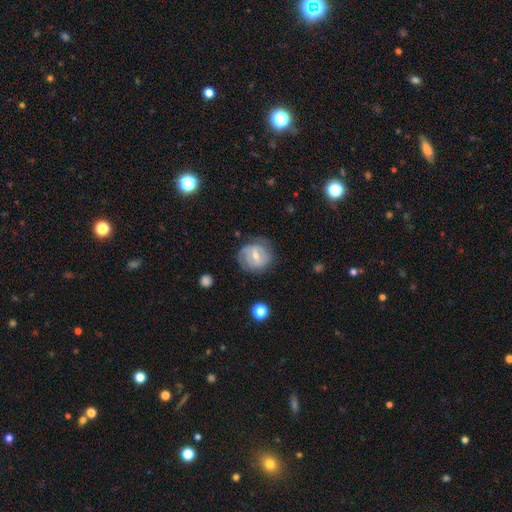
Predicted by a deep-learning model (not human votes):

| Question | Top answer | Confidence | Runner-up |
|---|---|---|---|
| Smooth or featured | featured or disk | 61% | smooth (31%) |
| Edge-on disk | no | 96% | yes (4%) |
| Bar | weak | 53% | no (24%) |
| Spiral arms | yes | 73% | no (27%) |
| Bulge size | moderate | 54% | small (42%) |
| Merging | none | 67% | minor disturbance (22%) |